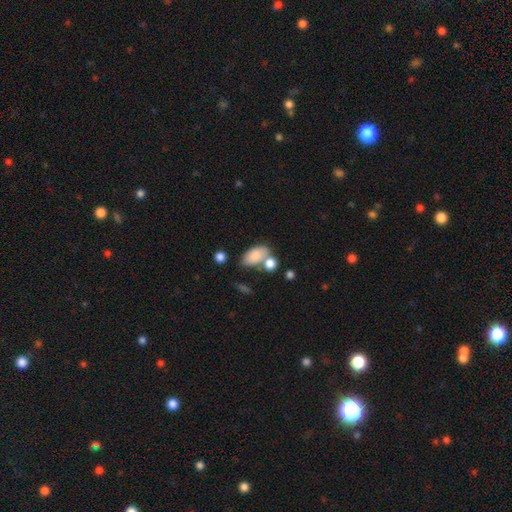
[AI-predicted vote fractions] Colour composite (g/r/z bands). It shows a smooth galaxy with no disk features (82%) that is in between round and cigar-shaped (91%). Merging: none (49%).